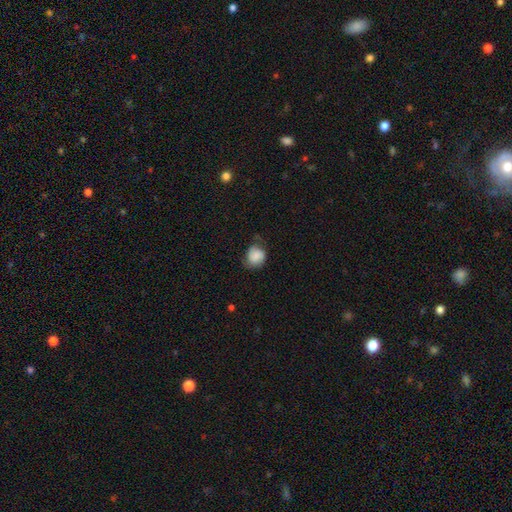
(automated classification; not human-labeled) A smooth galaxy with no disk features (73%) that is round (69%). Merging: none (52%).